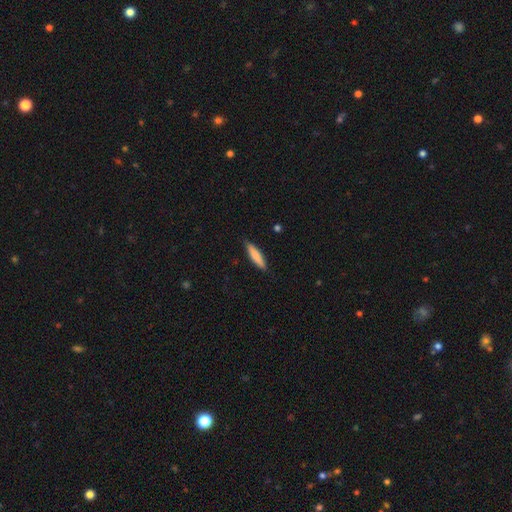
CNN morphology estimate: The model was most divided on "how rounded": cigar-shaped: 77%, in between: 22%, round: 1%. More confident: merging — none (86%); smooth or featured — smooth (82%).